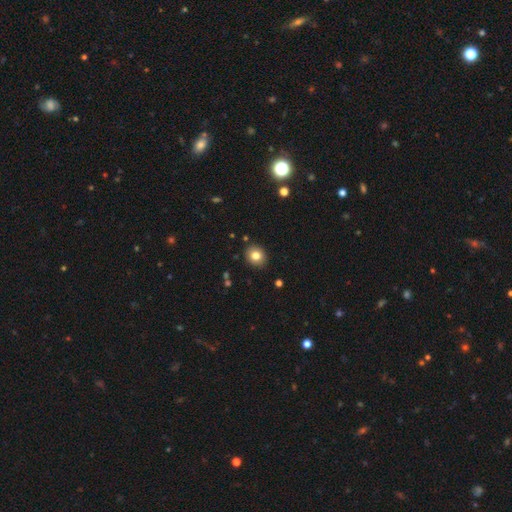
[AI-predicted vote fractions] Smooth or featured: smooth — 81% (star or artifact — 11%)
How rounded: round — 73% (in between — 27%)
Merging: none — 89% (minor disturbance — 7%)